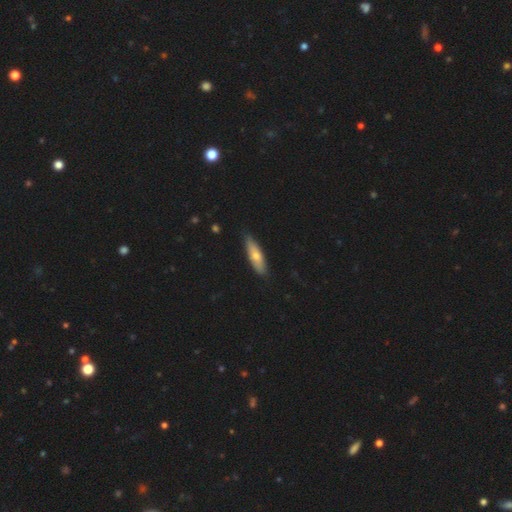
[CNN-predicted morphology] Smooth or featured? smooth (64%)
How rounded? cigar-shaped (58%)
Merging? none (83%)